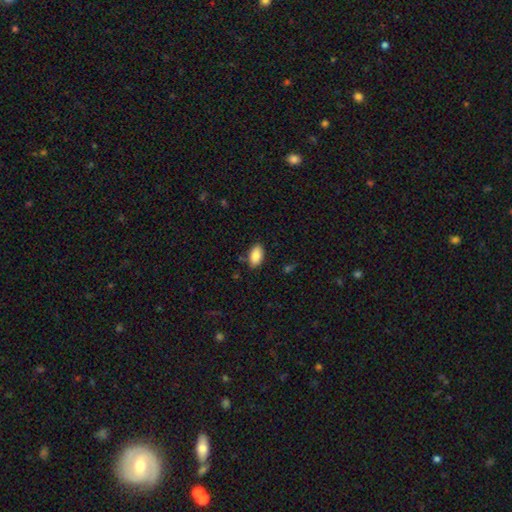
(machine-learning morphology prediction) Smooth or featured?
  - smooth: 87% *
  - star or artifact: 7%
  - featured or disk: 6%
How rounded?
  - in between: 93% *
  - round: 4%
  - cigar-shaped: 2%
Merging?
  - none: 84% *
  - minor disturbance: 12%
  - major disturbance: 3%
  - merger: 2%